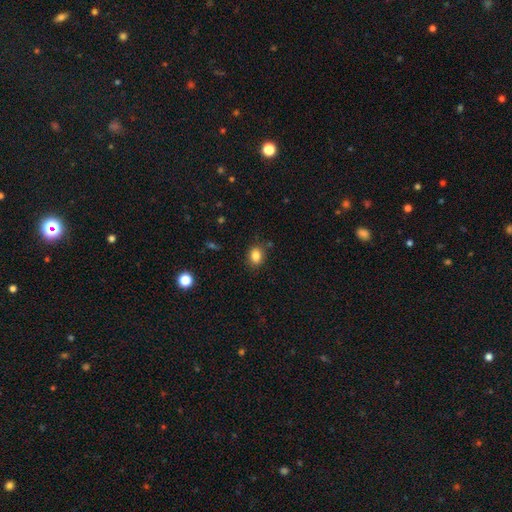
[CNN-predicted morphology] Smooth or featured? smooth (84%)
How rounded? in between (61%)
Merging? none (83%)